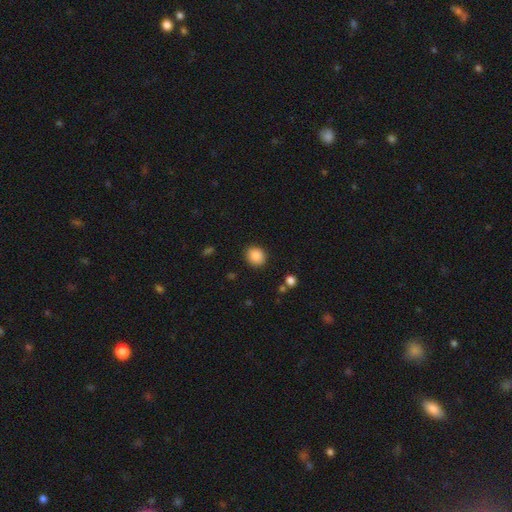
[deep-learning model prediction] This appears to be a smooth galaxy with no disk features (87%) that is round (81%). Merging: none (89%).